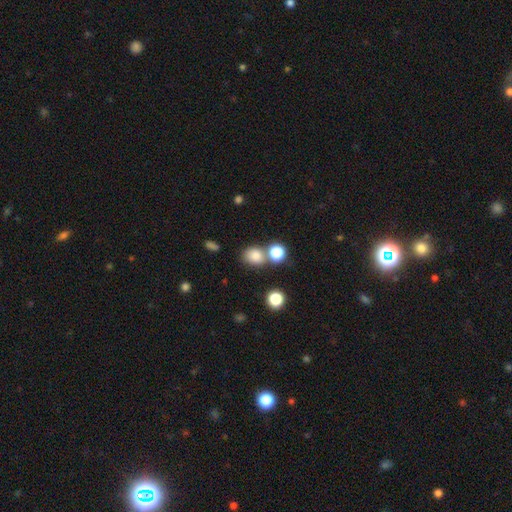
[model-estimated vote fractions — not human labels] A smooth galaxy with no disk features (80%) that is round (56%).

Vote fractions:
- Smooth or featured? smooth: 80% / star or artifact: 13% / featured or disk: 7%
- How rounded? round: 56% / in between: 43% / cigar-shaped: 1%
- Merging? none: 57% / merger: 26% / minor disturbance: 12% / major disturbance: 5%